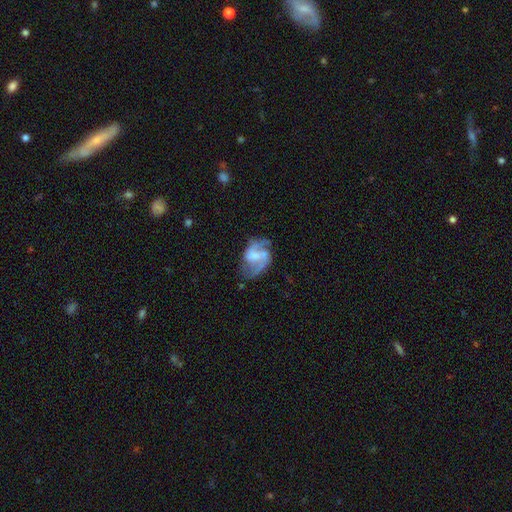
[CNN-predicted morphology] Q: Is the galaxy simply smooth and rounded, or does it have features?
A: featured or disk — 75%.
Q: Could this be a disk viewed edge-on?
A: no — 97%.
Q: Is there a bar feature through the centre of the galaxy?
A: weak — 45%.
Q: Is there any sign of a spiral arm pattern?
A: yes — 87%.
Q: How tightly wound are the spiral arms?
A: medium — 46%.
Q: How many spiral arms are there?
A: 2 — 76%.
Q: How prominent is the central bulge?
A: none — 39%.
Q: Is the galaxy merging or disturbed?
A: none — 52%.